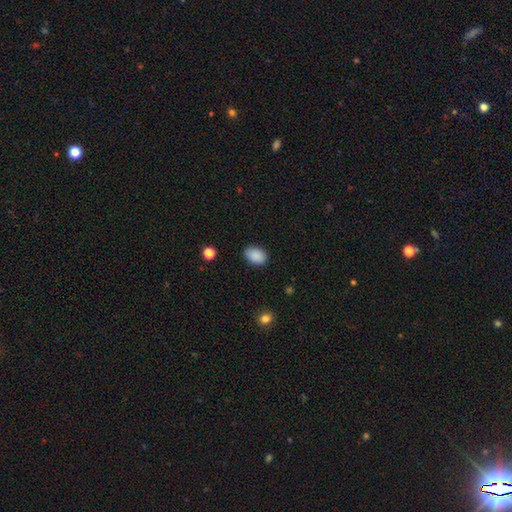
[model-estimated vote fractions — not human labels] Smooth or featured?
  - smooth: 89% *
  - star or artifact: 8%
  - featured or disk: 3%
How rounded?
  - in between: 82% *
  - round: 17%
  - cigar-shaped: 1%
Merging?
  - none: 85% *
  - minor disturbance: 11%
  - major disturbance: 3%
  - merger: 1%